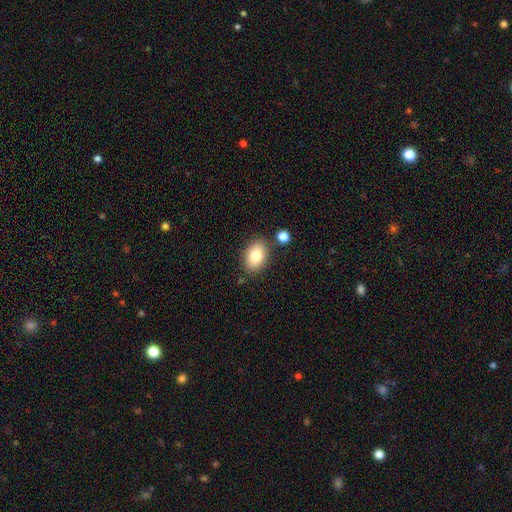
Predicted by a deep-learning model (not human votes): Q: Smooth or featured?
A: smooth (81%); runner-up: featured or disk (10%)
Q: How rounded?
A: in between (82%); runner-up: round (16%)
Q: Merging?
A: none (81%); runner-up: minor disturbance (11%)